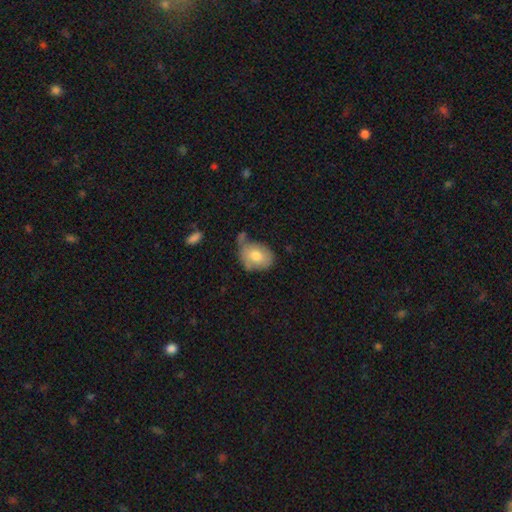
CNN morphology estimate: This is likely a smooth galaxy (74%). How rounded: likely in between (60%). Merging: possibly none (48%).